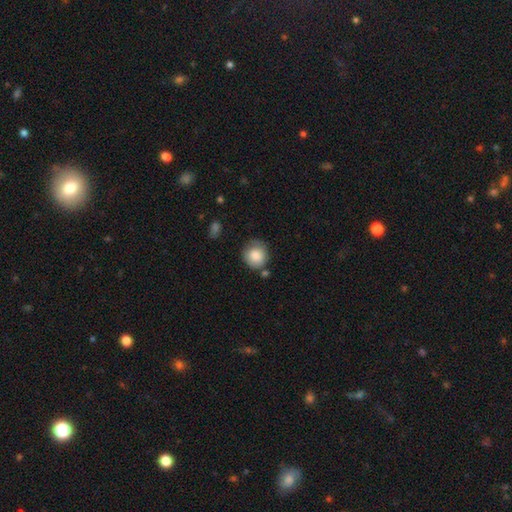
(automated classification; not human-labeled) Smooth or featured: smooth — 85% (star or artifact — 8%)
How rounded: round — 86% (in between — 13%)
Merging: none — 66% (minor disturbance — 21%)